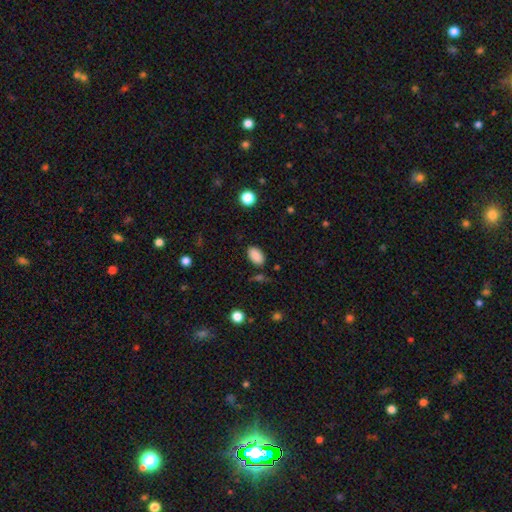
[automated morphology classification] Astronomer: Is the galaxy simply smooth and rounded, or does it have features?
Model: smooth — 88%.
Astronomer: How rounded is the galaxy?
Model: in between — 92%.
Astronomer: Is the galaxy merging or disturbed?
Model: none — 83%.